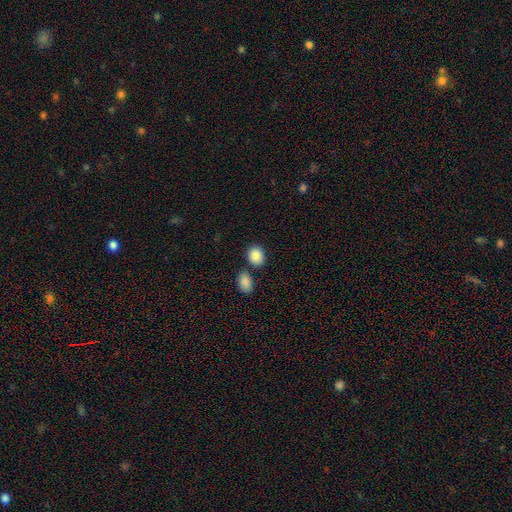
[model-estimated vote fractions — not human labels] Overall: smooth (88%). How rounded: round (52%; in between 47%). Merging: none (74%).